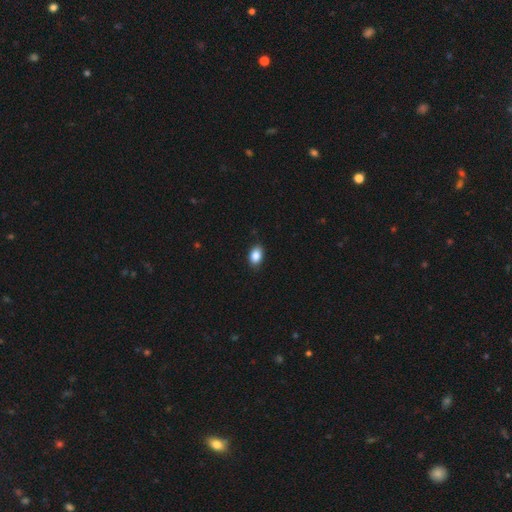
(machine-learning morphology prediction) type=smooth (87%); roundness=in between (85%); merging=none (87%).